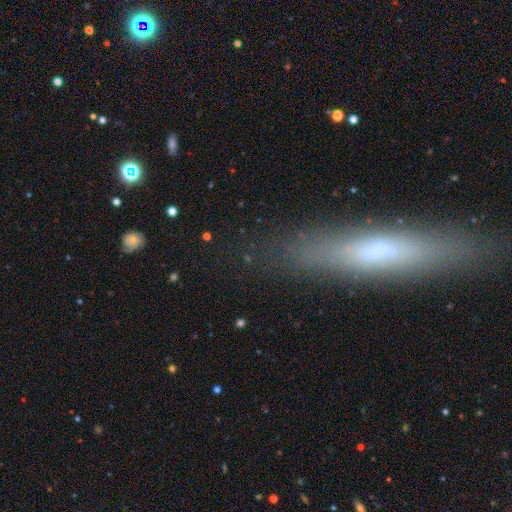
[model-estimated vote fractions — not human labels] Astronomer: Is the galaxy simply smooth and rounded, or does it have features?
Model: smooth — 47% (runner-up: featured or disk, 40%).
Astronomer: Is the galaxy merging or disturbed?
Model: none — 86%.